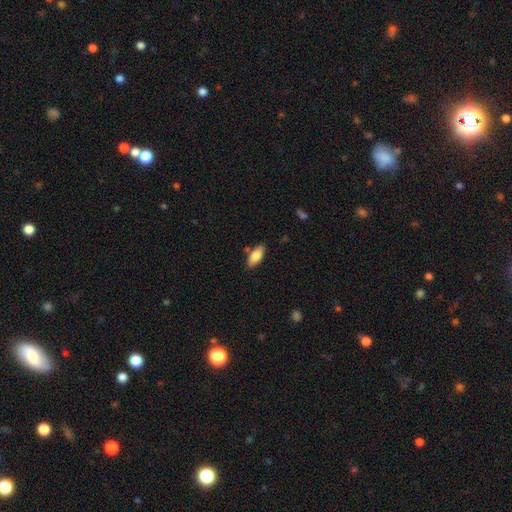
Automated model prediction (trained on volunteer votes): Morphology: type=smooth (81%); roundness=in between (85%); merging=none (80%).